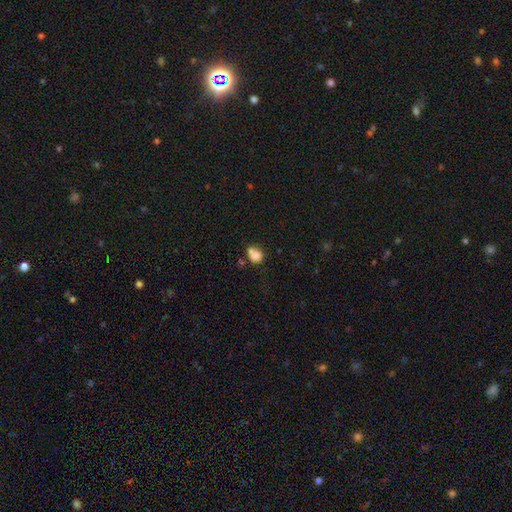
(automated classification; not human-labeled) Smooth or featured? smooth (75%)
How rounded? round (65%)
Merging? merger (40%)